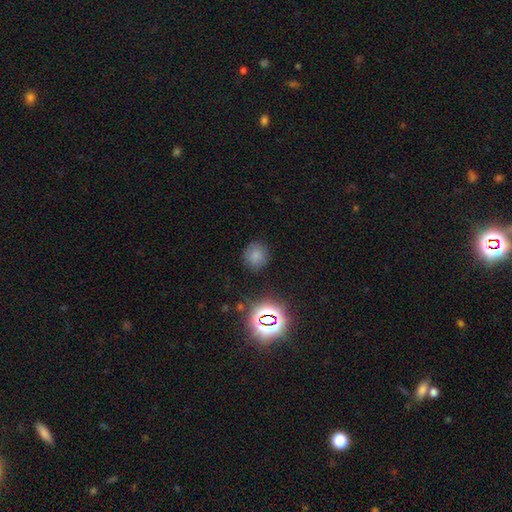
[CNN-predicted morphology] Q: Smooth or featured?
A: smooth (74%); runner-up: star or artifact (20%)
Q: How rounded?
A: round (88%); runner-up: in between (11%)
Q: Merging?
A: none (85%); runner-up: minor disturbance (10%)